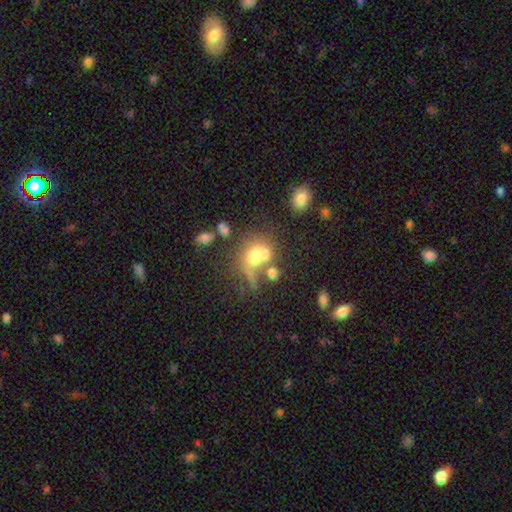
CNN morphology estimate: smooth 59%, featured or disk 25%, star or artifact 16%. Down the decision tree: how rounded — round (64%); merging — merger (43%).